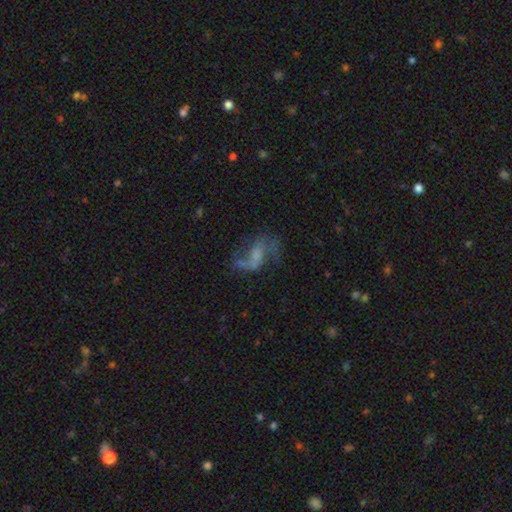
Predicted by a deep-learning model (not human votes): Overall: featured or disk (67%). Edge-on disk: no (96%). Bar: weak (42%; no 41%). Spiral arms: yes (81%). Spiral arm count: 2 (80%). Spiral winding: loose (69%). Bulge size: none (40%; small 29%). Merging: none (47%; major disturbance 28%).